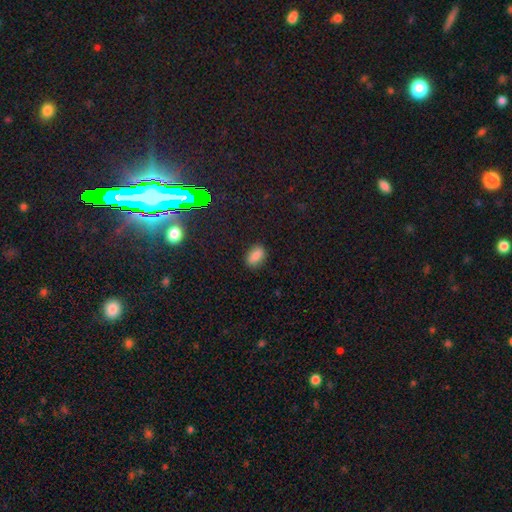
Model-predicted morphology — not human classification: Smooth or featured?
  - smooth: 84% *
  - star or artifact: 11%
  - featured or disk: 5%
How rounded?
  - in between: 87% *
  - round: 10%
  - cigar-shaped: 3%
Merging?
  - none: 86% *
  - minor disturbance: 11%
  - major disturbance: 2%
  - merger: 1%